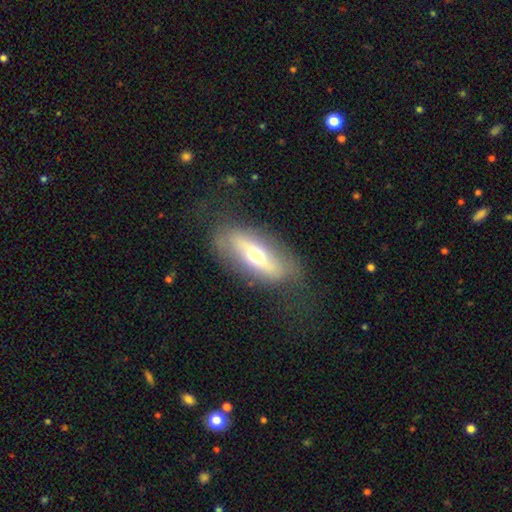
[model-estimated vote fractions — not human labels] smooth-or-featured: featured or disk: 60% | smooth: 33% | star or artifact: 8%
  disk-edge-on: no: 68% | yes: 32%
  merging: none: 69% | minor disturbance: 18% | major disturbance: 11% | merger: 2%